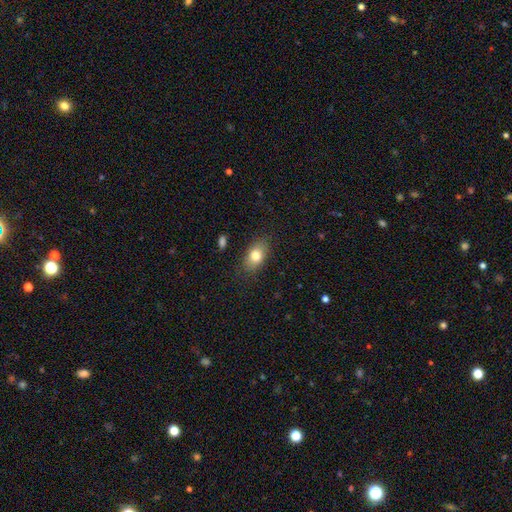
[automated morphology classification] Smooth or featured? smooth (79%)
How rounded? in between (85%)
Merging? none (82%)